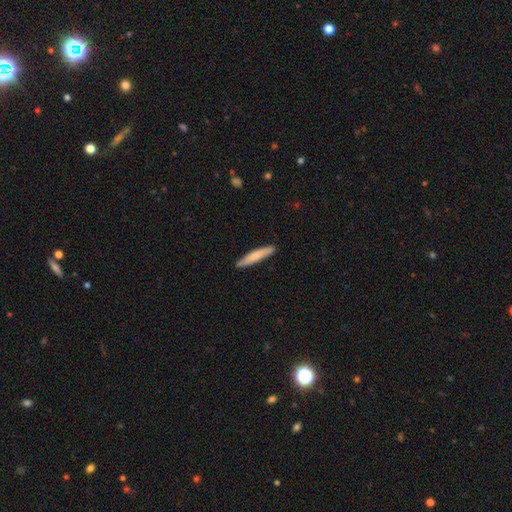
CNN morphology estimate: Q: Smooth or featured?
A: smooth (75%); runner-up: featured or disk (20%)
Q: How rounded?
A: cigar-shaped (92%); runner-up: in between (7%)
Q: Merging?
A: none (89%); runner-up: minor disturbance (8%)